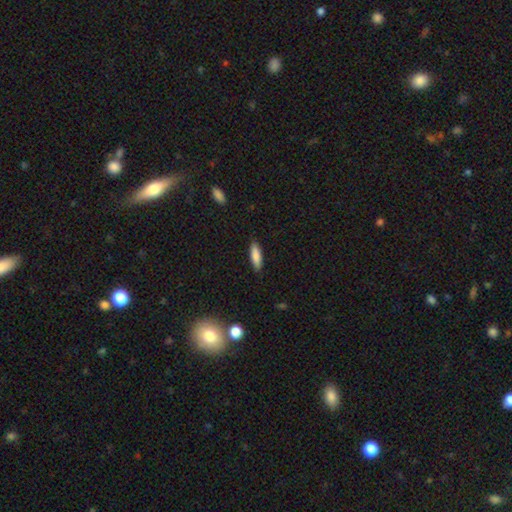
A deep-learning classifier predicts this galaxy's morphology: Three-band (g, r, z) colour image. It shows a smooth galaxy with no disk features (84%) that is cigar-shaped (53%). Merging: none (87%).